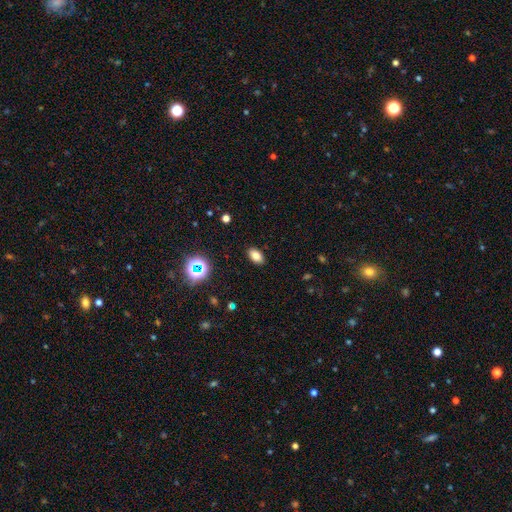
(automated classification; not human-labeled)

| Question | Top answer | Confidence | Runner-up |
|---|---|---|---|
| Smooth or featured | smooth | 79% | star or artifact (14%) |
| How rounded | in between | 90% | round (8%) |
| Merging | none | 89% | minor disturbance (8%) |